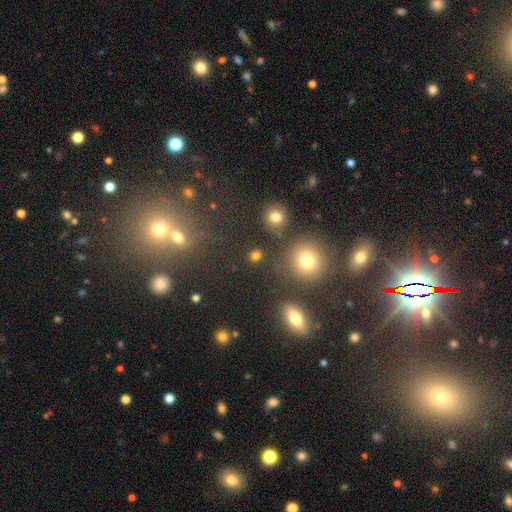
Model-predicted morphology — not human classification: smooth-or-featured: smooth: 76% | star or artifact: 19% | featured or disk: 5%
  how-rounded: round: 83% | in between: 15% | cigar-shaped: 2%
  merging: none: 85% | minor disturbance: 7% | merger: 5% | major disturbance: 4%